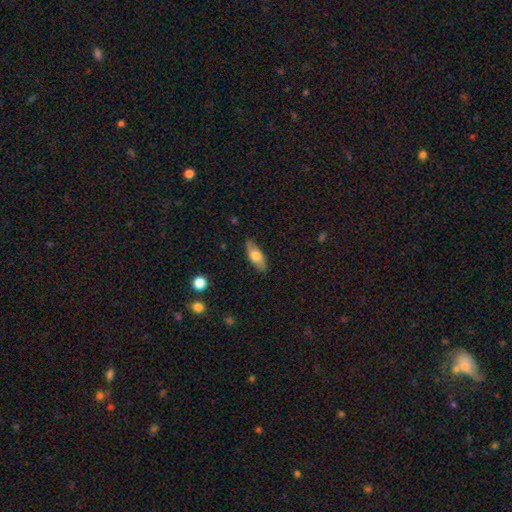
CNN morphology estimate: smooth-or-featured: smooth: 67% | featured or disk: 27% | star or artifact: 6%
  how-rounded: in between: 77% | cigar-shaped: 19% | round: 3%
  merging: none: 84% | minor disturbance: 13% | major disturbance: 2% | merger: 1%